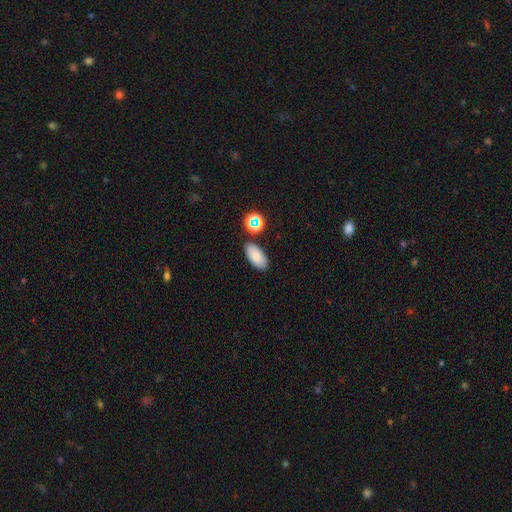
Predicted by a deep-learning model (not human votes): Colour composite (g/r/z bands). It shows a smooth galaxy with no disk features (83%) that is in between round and cigar-shaped (92%). Merging: none (83%).